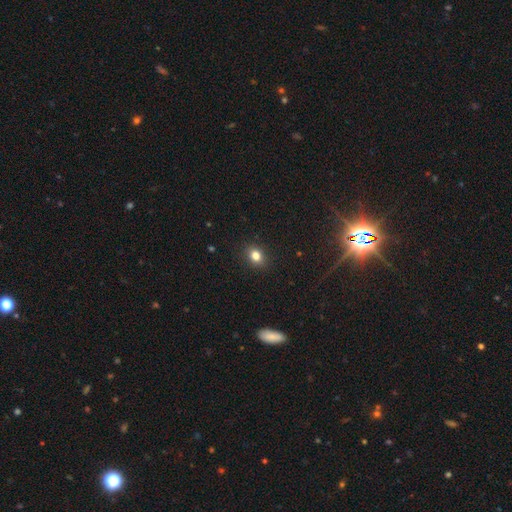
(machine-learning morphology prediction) Smooth or featured: smooth — 82% (star or artifact — 12%)
How rounded: in between — 51% (round — 48%)
Merging: none — 90% (minor disturbance — 7%)